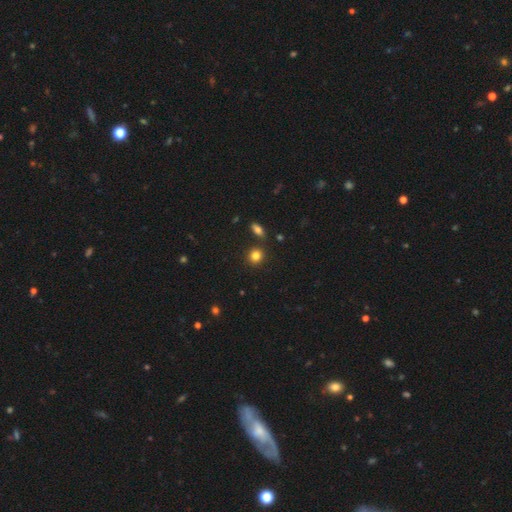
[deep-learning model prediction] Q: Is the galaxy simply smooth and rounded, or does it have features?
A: smooth — 83%.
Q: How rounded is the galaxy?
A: round — 83%.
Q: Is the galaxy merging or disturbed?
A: none — 83%.